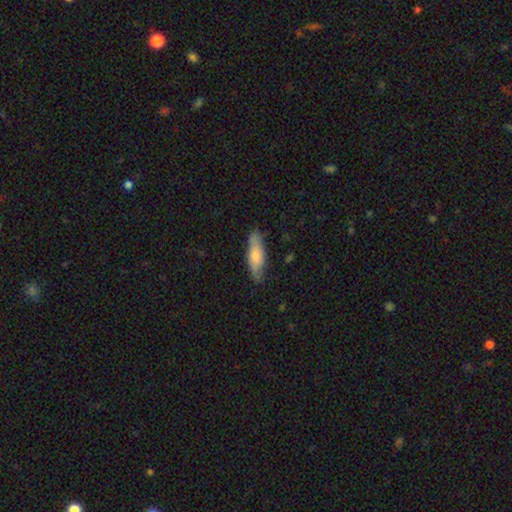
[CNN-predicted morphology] type=smooth (68%); roundness=cigar-shaped (54%); merging=none (78%).